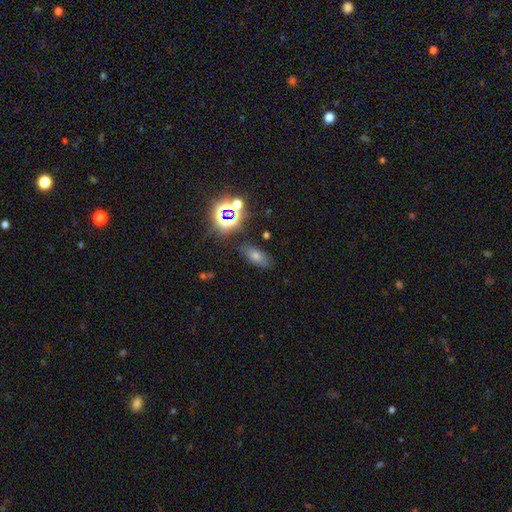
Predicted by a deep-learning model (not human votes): Smooth or featured? smooth (51%)
How rounded? in between (79%)
Merging? none (82%)